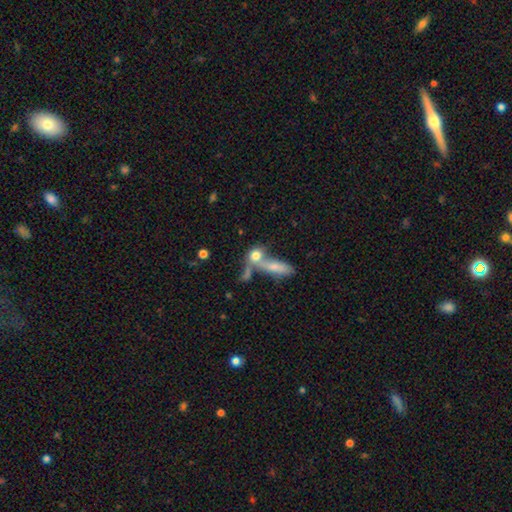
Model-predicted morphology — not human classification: Smooth or featured? smooth (74%)
How rounded? round (47%)
Merging? merger (48%)